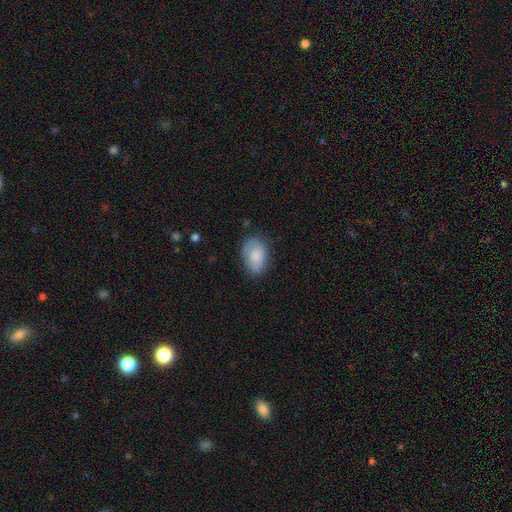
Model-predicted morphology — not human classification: This is likely a smooth galaxy (74%). How rounded: clearly in between (87%). Merging: likely none (71%).